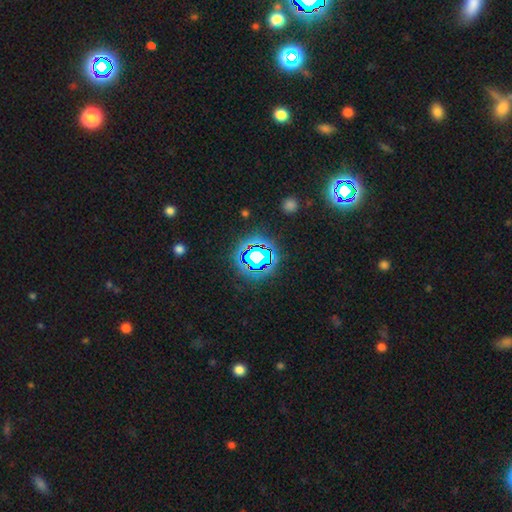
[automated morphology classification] The model was most divided on "smooth or featured": star or artifact: 74%, smooth: 16%, featured or disk: 10%.